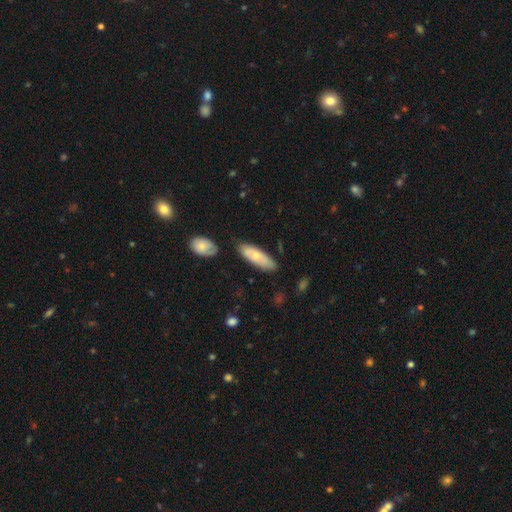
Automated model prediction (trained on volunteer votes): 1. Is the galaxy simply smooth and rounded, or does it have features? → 61% smooth, 33% featured or disk, 6% star or artifact.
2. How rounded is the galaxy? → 63% in between, 35% cigar-shaped, 2% round.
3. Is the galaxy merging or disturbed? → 73% none, 18% minor disturbance, 5% merger, 4% major disturbance.